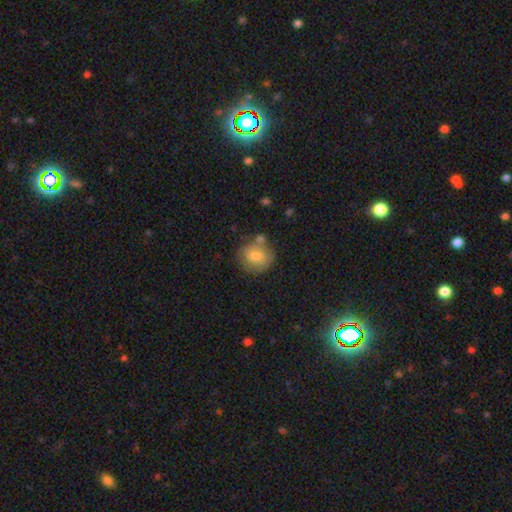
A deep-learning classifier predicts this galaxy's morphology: Smooth or featured: smooth — 74% (featured or disk — 17%)
How rounded: round — 83% (in between — 16%)
Merging: none — 66% (minor disturbance — 17%)